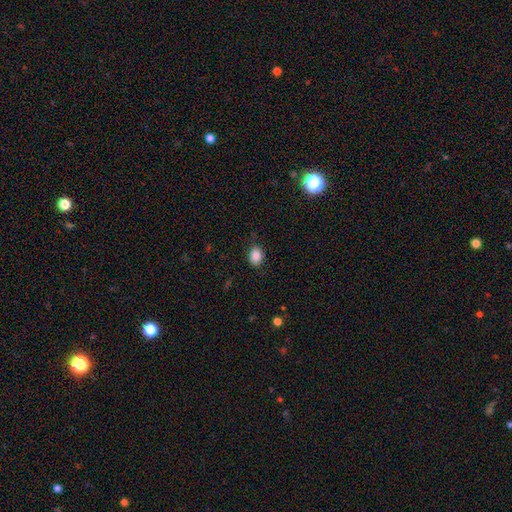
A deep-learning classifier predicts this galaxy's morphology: smooth_or_featured: smooth (p=0.87) [alt: star or artifact p=0.09]
how_rounded: in between (p=0.69) [alt: round p=0.30]
merging: none (p=0.83) [alt: minor disturbance p=0.13]